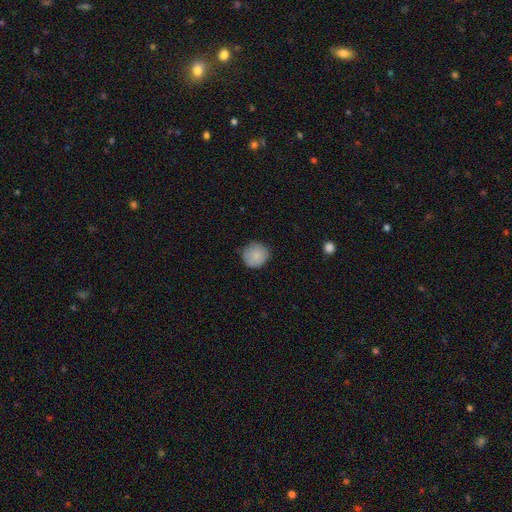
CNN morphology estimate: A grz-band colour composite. It shows a smooth galaxy with no disk features (85%) that is round (92%). Merging: none (85%).